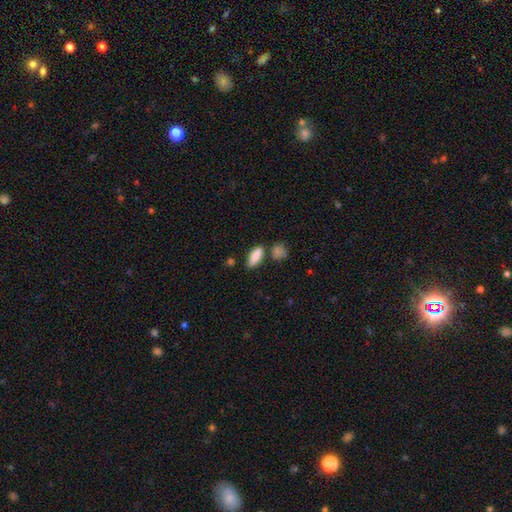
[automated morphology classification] Smooth or featured?
  - smooth: 86% *
  - star or artifact: 7%
  - featured or disk: 7%
How rounded?
  - in between: 76% *
  - cigar-shaped: 21%
  - round: 3%
Merging?
  - none: 69% *
  - minor disturbance: 16%
  - merger: 11%
  - major disturbance: 4%